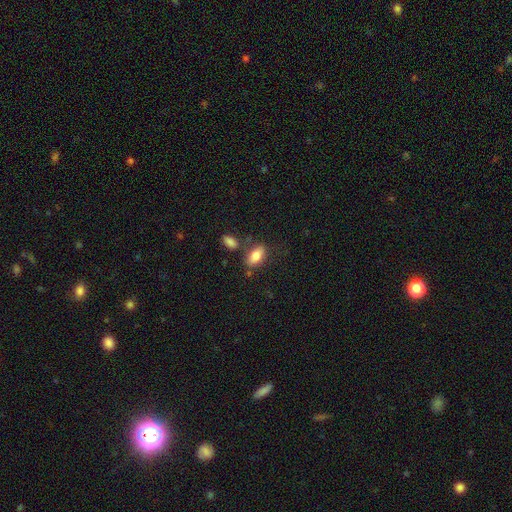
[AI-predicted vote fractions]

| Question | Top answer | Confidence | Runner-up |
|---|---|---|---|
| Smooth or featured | smooth | 81% | featured or disk (12%) |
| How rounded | in between | 89% | round (6%) |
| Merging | none | 69% | minor disturbance (16%) |